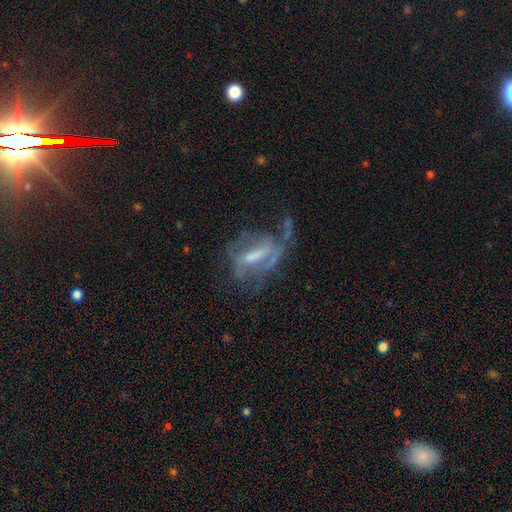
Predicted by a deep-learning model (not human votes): This appears to be a featured or disk galaxy (73%) with a strong bar (43%), spiral arms (68%) and a moderate central bulge (36%). Merging: major disturbance (42%).